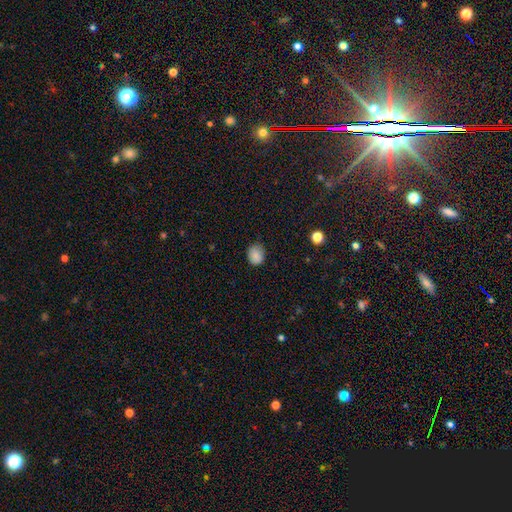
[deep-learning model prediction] Overall: smooth (86%). How rounded: round (59%; in between 40%). Merging: none (71%).